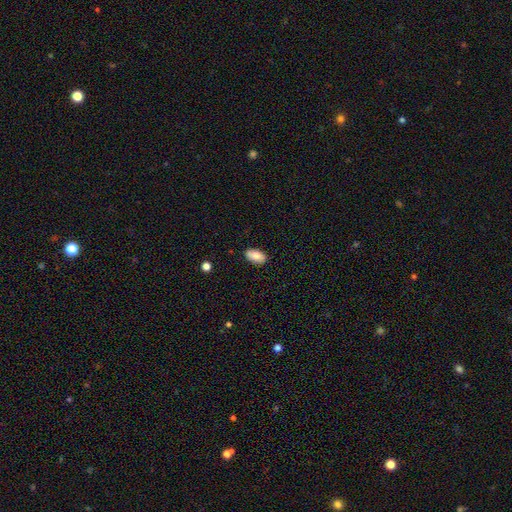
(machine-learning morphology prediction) Smooth or featured? Predicted: smooth (p=0.82). How rounded? Predicted: in between (p=0.94). Merging? Predicted: none (p=0.85).